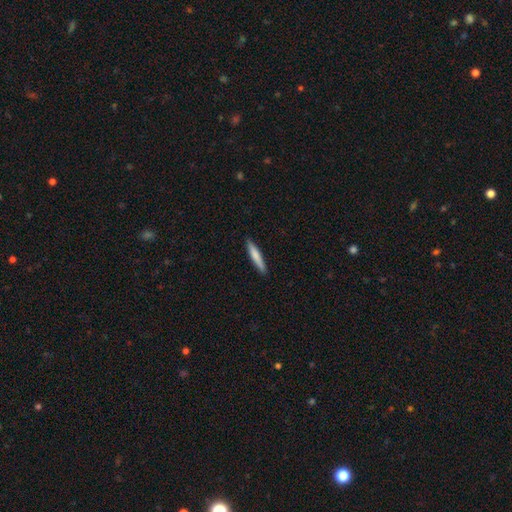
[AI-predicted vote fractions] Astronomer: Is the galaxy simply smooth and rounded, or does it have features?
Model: smooth — 73%.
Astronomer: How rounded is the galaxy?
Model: cigar-shaped — 92%.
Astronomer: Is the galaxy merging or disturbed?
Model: none — 90%.